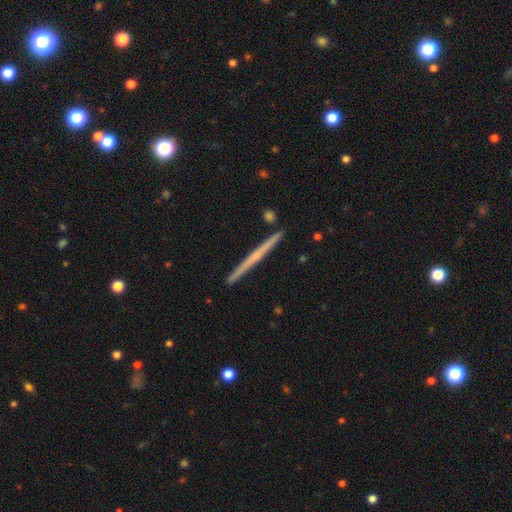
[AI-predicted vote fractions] Smooth or featured? Predicted: featured or disk (p=0.59). Edge-on disk? Predicted: yes (p=0.98). Edge-on bulge? Predicted: none (p=0.79). Merging? Predicted: none (p=0.92).